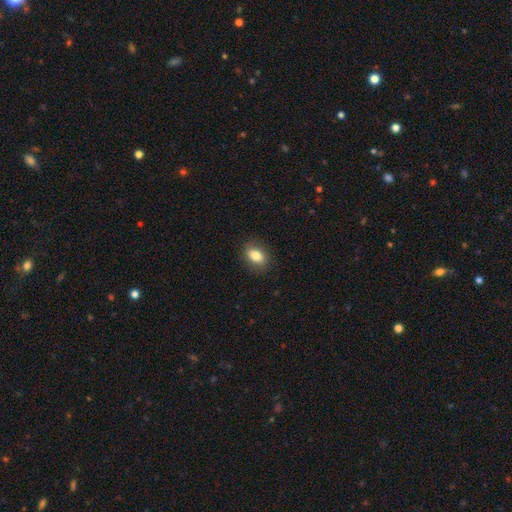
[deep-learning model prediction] A smooth galaxy with no disk features (83%) that is in between round and cigar-shaped (80%).

Vote fractions:
- Smooth or featured? smooth: 83% / featured or disk: 9% / star or artifact: 9%
- How rounded? in between: 80% / round: 18% / cigar-shaped: 2%
- Merging? none: 86% / minor disturbance: 10% / major disturbance: 3% / merger: 1%